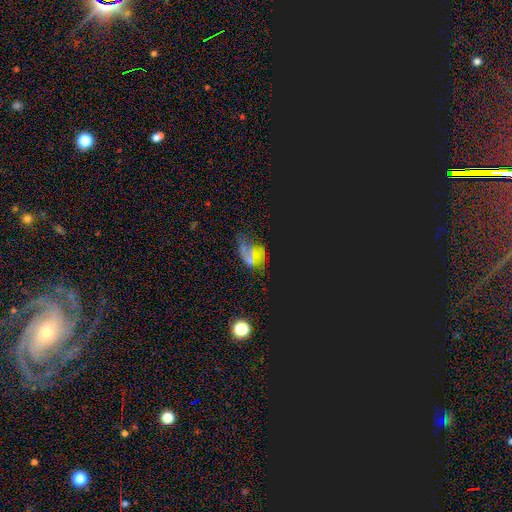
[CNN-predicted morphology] This is possibly a star or artifact rather than a galaxy (53%).